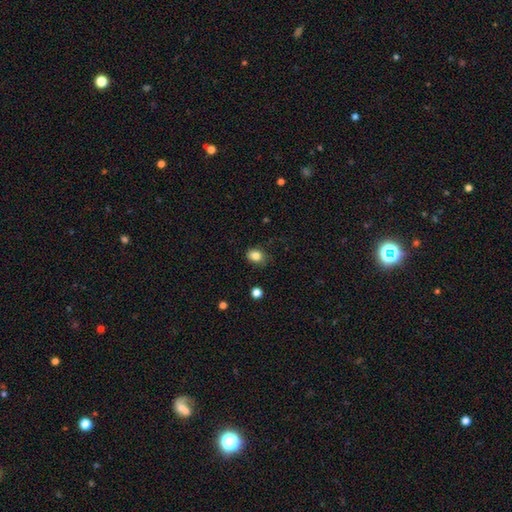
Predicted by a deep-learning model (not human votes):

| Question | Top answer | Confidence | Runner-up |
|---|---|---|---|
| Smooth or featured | smooth | 84% | star or artifact (10%) |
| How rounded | in between | 54% | round (45%) |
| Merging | none | 75% | minor disturbance (19%) |